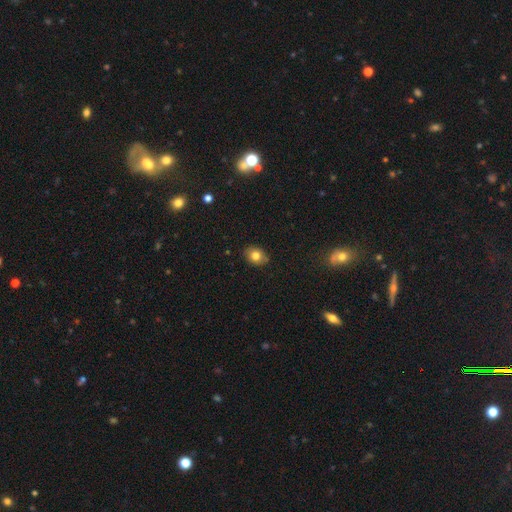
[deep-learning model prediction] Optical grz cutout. It shows a smooth galaxy with no disk features (79%) that is in between round and cigar-shaped (61%). Merging: none (85%).